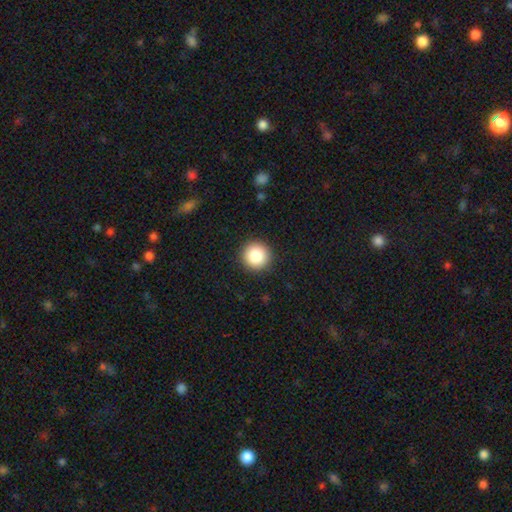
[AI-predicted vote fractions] Smooth or featured? Predicted: smooth (p=0.86). How rounded? Predicted: round (p=0.96). Merging? Predicted: none (p=0.93).